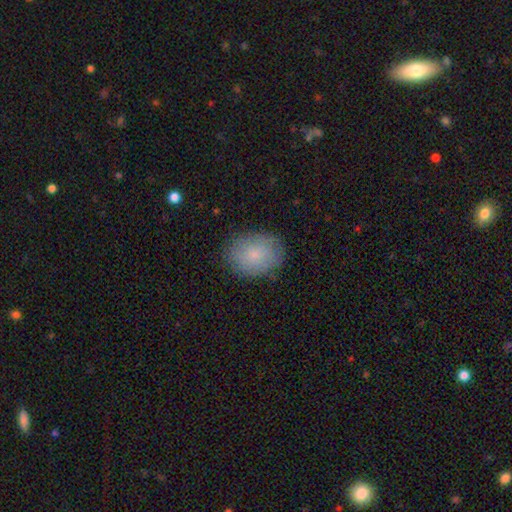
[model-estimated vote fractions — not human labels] Overall: smooth (78%). How rounded: in between (61%; round 38%). Merging: none (82%).